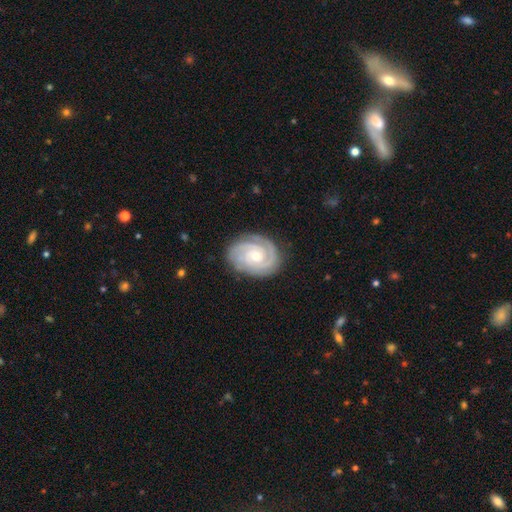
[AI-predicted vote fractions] A featured or disk galaxy (90%) with no bar (72%), 2 (48%) tight (78%) spiral arms (98%) and a small central bulge (59%).

Vote fractions:
- Smooth or featured? featured or disk: 90% / smooth: 6% / star or artifact: 4%
- Edge-on disk? no: 98% / yes: 2%
- Bar? no: 72% / weak: 23% / strong: 5%
- Spiral arms? yes: 98% / no: 2%
- Spiral winding? tight: 78% / medium: 20% / loose: 3%
- Spiral arm count? 2: 48% / 3: 30% / can't tell: 9% / 4: 5% / 1: 4% / more than 4: 4%
- Bulge size? small: 59% / moderate: 38% / large: 1% / none: 1% / dominant: 1%
- Merging? none: 83% / minor disturbance: 13% / major disturbance: 3% / merger: 1%